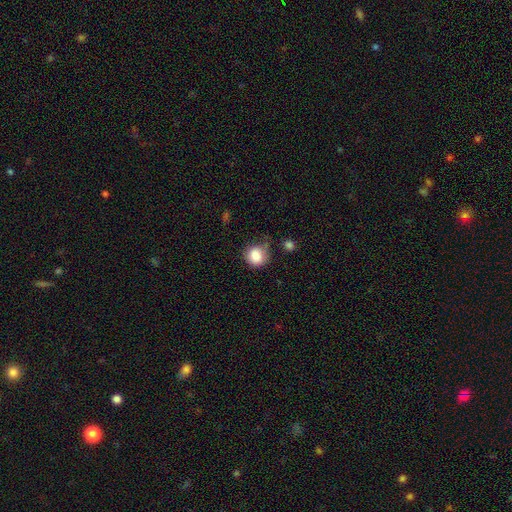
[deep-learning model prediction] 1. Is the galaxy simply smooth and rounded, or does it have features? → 86% smooth, 9% star or artifact, 5% featured or disk.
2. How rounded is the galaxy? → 82% round, 17% in between, 1% cigar-shaped.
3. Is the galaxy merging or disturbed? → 61% none, 27% minor disturbance, 8% major disturbance, 5% merger.